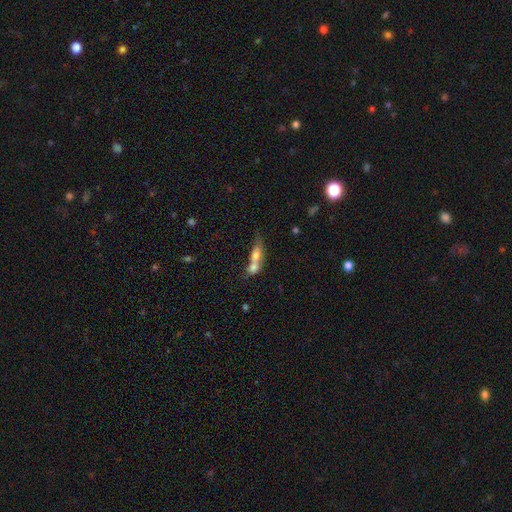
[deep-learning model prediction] smooth 61%, featured or disk 29%, star or artifact 10%. Down the decision tree: how rounded — in between (53%); merging — merger (70%).